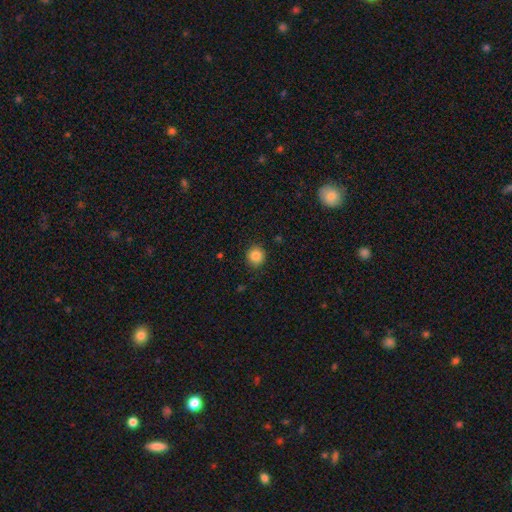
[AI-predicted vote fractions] Smooth or featured? smooth (85%)
How rounded? round (92%)
Merging? none (90%)